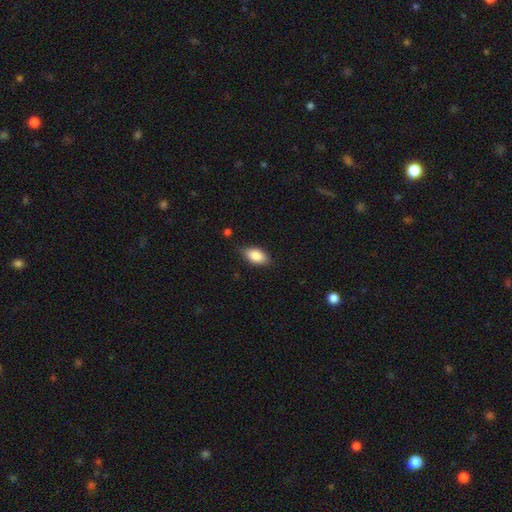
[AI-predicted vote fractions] The model was most divided on "merging": none: 83%, minor disturbance: 14%, major disturbance: 3%, merger: 1%. More confident: how rounded — in between (91%); smooth or featured — smooth (86%).